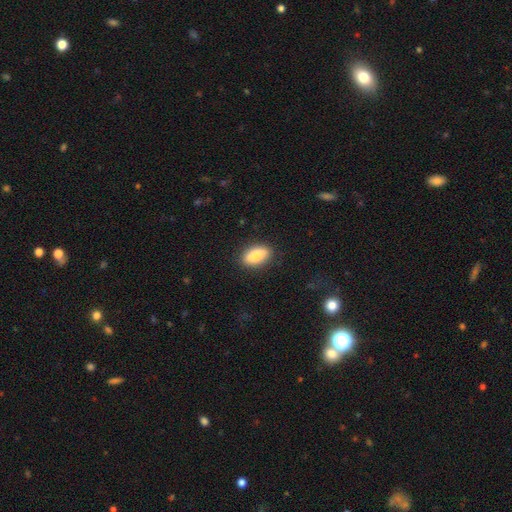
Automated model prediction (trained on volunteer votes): A smooth galaxy with no disk features (78%) that is in between round and cigar-shaped (79%).

Vote fractions:
- Smooth or featured? smooth: 78% / featured or disk: 15% / star or artifact: 7%
- How rounded? in between: 79% / cigar-shaped: 16% / round: 5%
- Merging? none: 87% / minor disturbance: 9% / major disturbance: 3% / merger: 1%